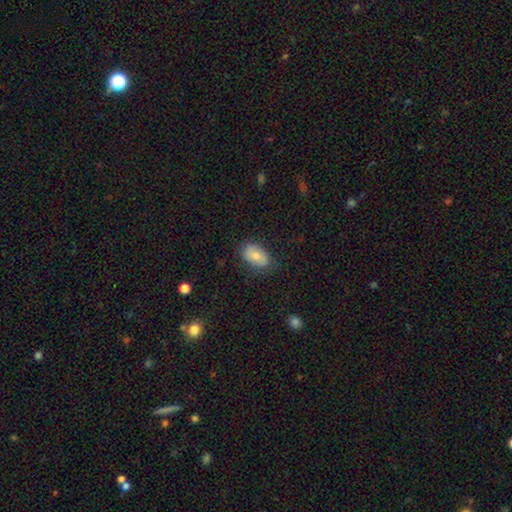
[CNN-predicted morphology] Smooth or featured?
  - smooth: 72% *
  - featured or disk: 21%
  - star or artifact: 7%
How rounded?
  - in between: 91% *
  - round: 8%
  - cigar-shaped: 1%
Merging?
  - none: 76% *
  - minor disturbance: 18%
  - major disturbance: 5%
  - merger: 1%